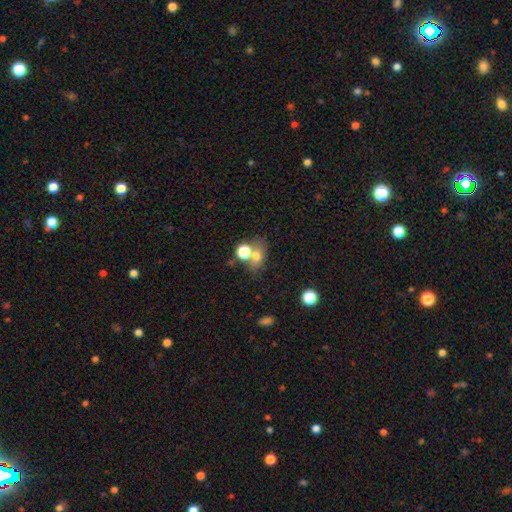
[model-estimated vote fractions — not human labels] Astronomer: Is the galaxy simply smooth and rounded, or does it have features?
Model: smooth — 69%.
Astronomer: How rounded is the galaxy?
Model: in between — 54% (runner-up: round, 44%).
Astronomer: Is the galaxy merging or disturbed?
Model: none — 48% (runner-up: merger, 34%).